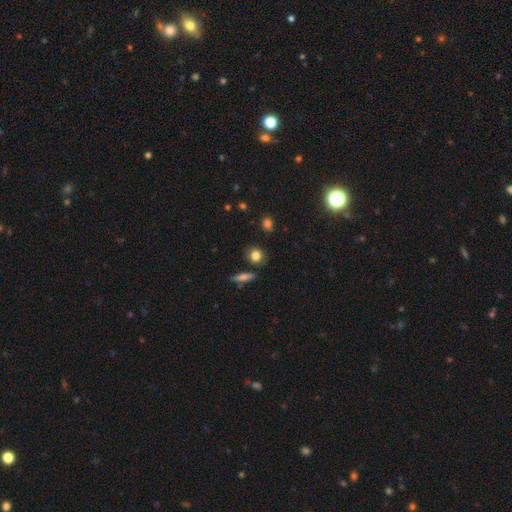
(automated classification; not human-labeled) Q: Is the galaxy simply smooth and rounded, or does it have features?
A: smooth — 81%.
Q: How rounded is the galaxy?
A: round — 70%.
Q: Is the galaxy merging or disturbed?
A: none — 83%.